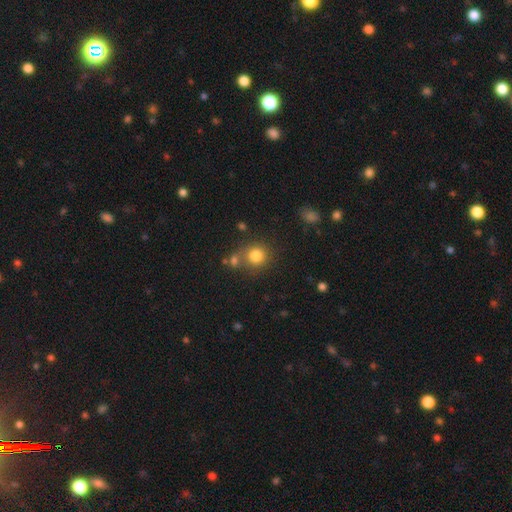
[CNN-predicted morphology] Smooth or featured: smooth — 81% (star or artifact — 12%)
How rounded: round — 86% (in between — 13%)
Merging: none — 66% (merger — 18%)